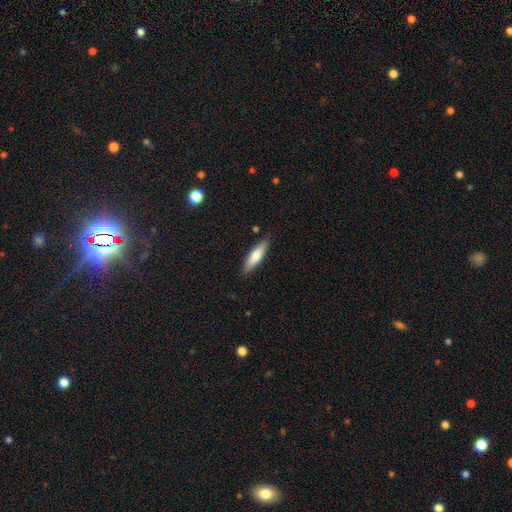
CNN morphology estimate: This is likely a smooth galaxy (74%). How rounded: likely cigar-shaped (68%). Merging: clearly none (85%).